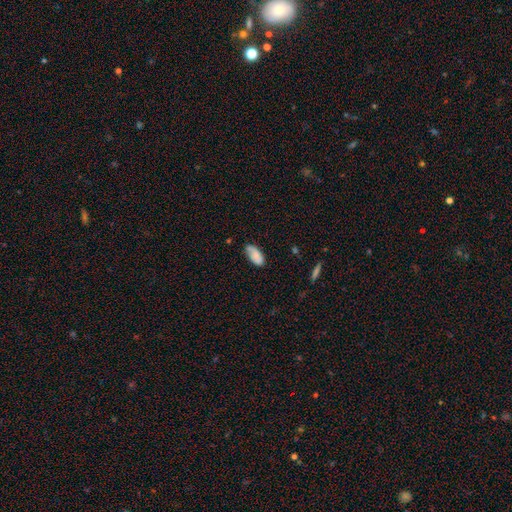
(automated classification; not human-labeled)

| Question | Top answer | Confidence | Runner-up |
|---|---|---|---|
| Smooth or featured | smooth | 76% | featured or disk (17%) |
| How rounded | in between | 93% | cigar-shaped (5%) |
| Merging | none | 61% | minor disturbance (29%) |